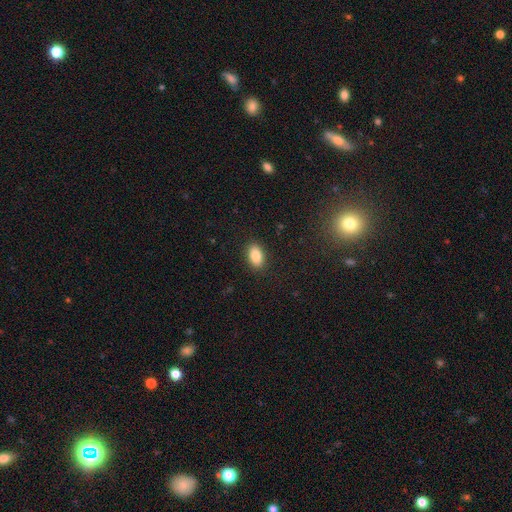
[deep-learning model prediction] Smooth or featured?
  - smooth: 86% *
  - star or artifact: 8%
  - featured or disk: 6%
How rounded?
  - in between: 91% *
  - round: 7%
  - cigar-shaped: 2%
Merging?
  - none: 88% *
  - minor disturbance: 8%
  - major disturbance: 2%
  - merger: 1%